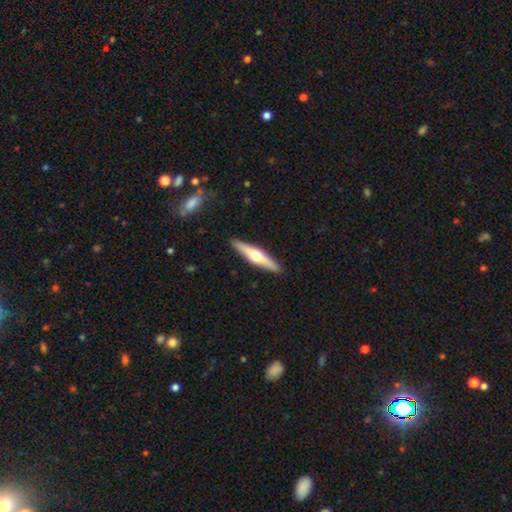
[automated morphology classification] featured or disk 57%, smooth 38%, star or artifact 5%. Down the decision tree: edge-on disk — yes (95%); edge-on bulge — rounded (94%); merging — none (91%).